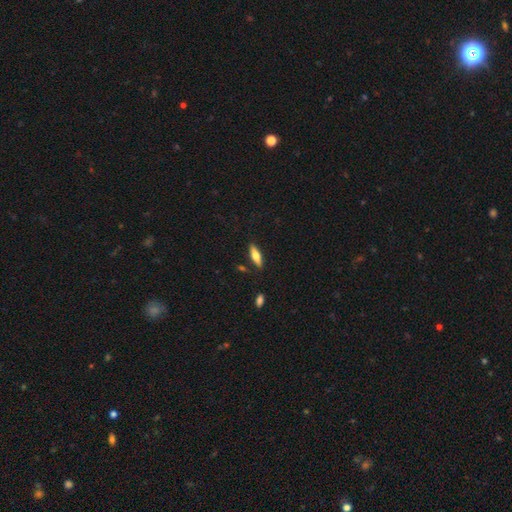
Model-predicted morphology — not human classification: Overall: smooth (62%; featured or disk 32%). How rounded: cigar-shaped (54%; in between 44%). Merging: none (86%).